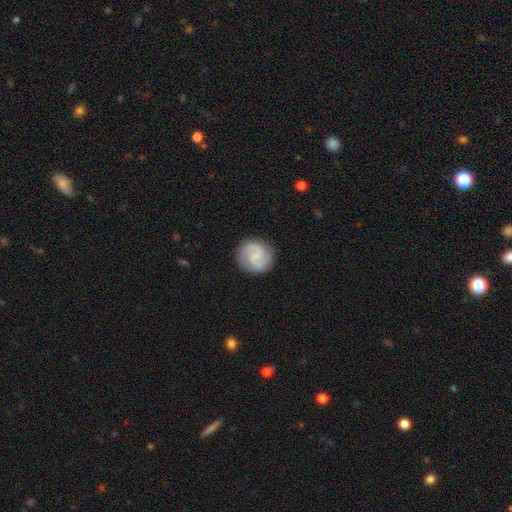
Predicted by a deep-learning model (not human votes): The model was most divided on "bulge size": small: 50%, none: 37%, moderate: 11%, large: 1%, dominant: 1%. More confident: edge-on disk — no (98%); spiral arms — yes (96%); spiral arm count — 2 (92%); merging — none (88%); smooth or featured — featured or disk (76%); bar — weak (53%); spiral winding — medium (52%).